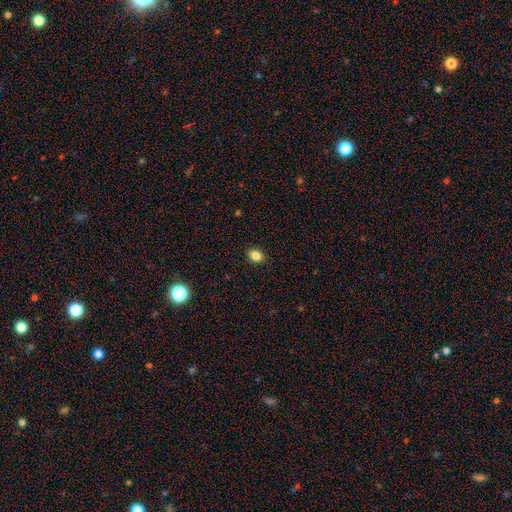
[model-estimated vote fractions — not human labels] smooth 84%, star or artifact 11%, featured or disk 5%. Down the decision tree: how rounded — in between (62%); merging — none (90%).